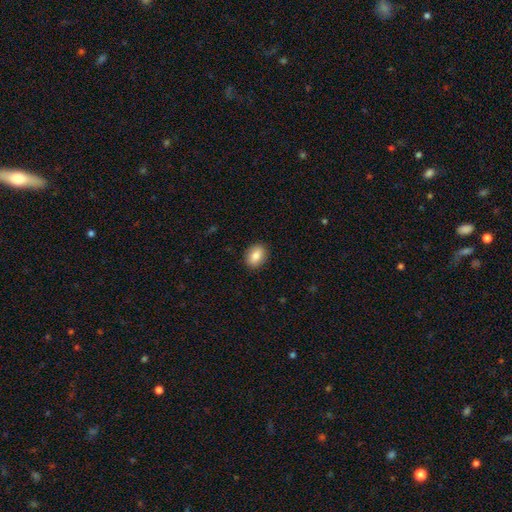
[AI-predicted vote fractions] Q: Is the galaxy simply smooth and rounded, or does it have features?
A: smooth — 84%.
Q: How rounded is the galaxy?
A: in between — 70%.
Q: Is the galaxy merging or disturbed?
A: none — 90%.